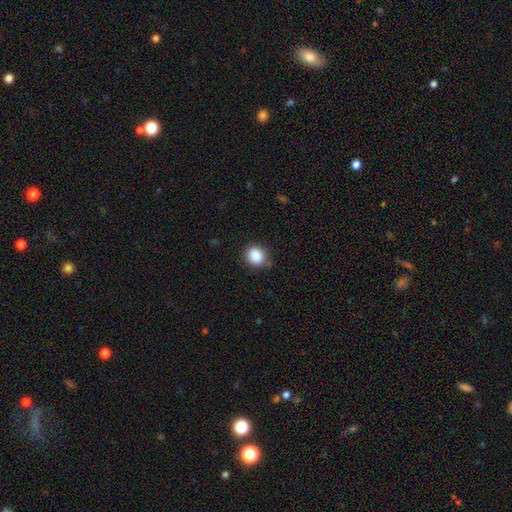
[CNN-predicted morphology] smooth_or_featured: smooth (p=0.88) [alt: star or artifact p=0.09]
how_rounded: round (p=0.79) [alt: in between p=0.20]
merging: none (p=0.74) [alt: minor disturbance p=0.20]